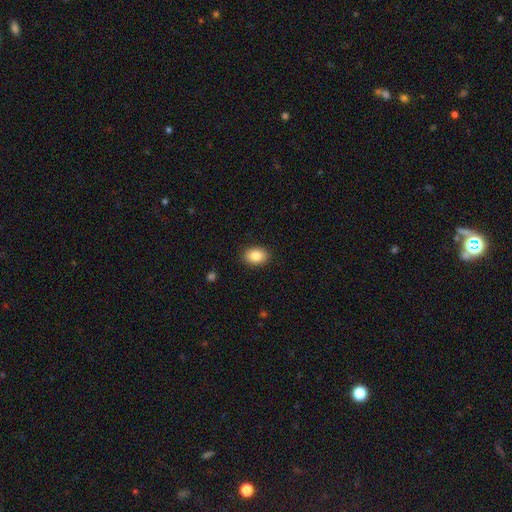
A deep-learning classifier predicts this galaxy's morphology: Smooth or featured? Predicted: smooth (p=0.85). How rounded? Predicted: in between (p=0.77). Merging? Predicted: none (p=0.89).